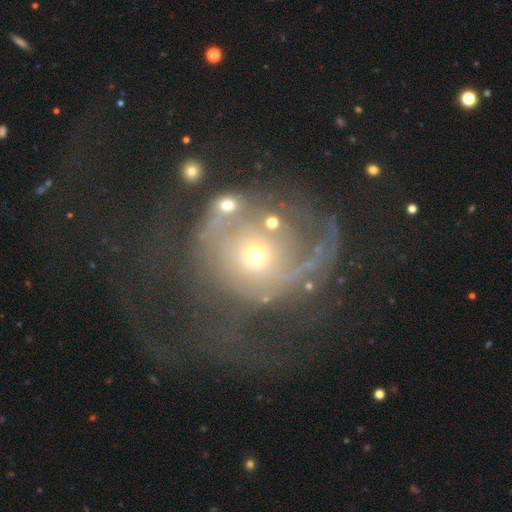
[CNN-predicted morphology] Smooth or featured: featured or disk — 72% (smooth — 17%)
Edge-on disk: no — 97% (yes — 3%)
Bar: no — 80% (weak — 16%)
Spiral arms: yes — 74% (no — 26%)
Spiral winding: medium — 37% (loose — 31%)
Spiral arm count: 1 — 39% (2 — 29%)
Bulge size: small — 62% (moderate — 32%)
Merging: major disturbance — 52% (none — 28%)